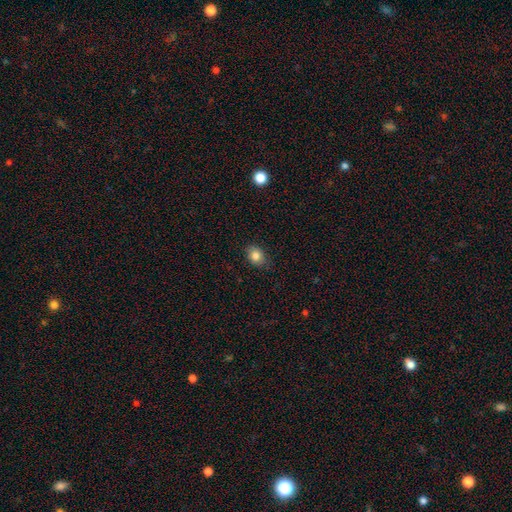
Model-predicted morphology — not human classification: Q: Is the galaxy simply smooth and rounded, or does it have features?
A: smooth — 84%.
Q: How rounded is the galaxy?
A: in between — 59%.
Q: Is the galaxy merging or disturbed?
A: none — 84%.